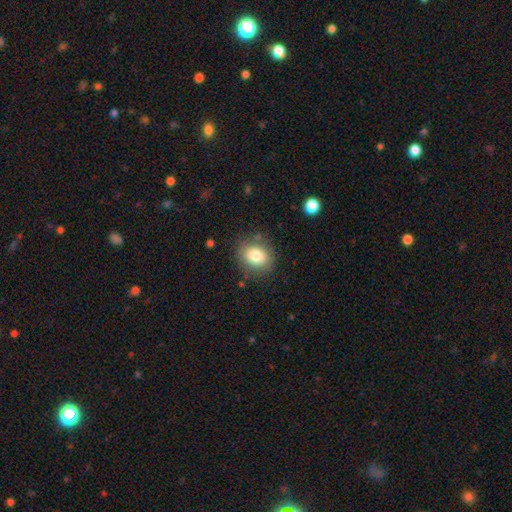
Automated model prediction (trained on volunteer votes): Smooth or featured?
  - smooth: 79% *
  - featured or disk: 12%
  - star or artifact: 9%
How rounded?
  - round: 68% *
  - in between: 31%
  - cigar-shaped: 1%
Merging?
  - none: 80% *
  - minor disturbance: 13%
  - major disturbance: 5%
  - merger: 2%